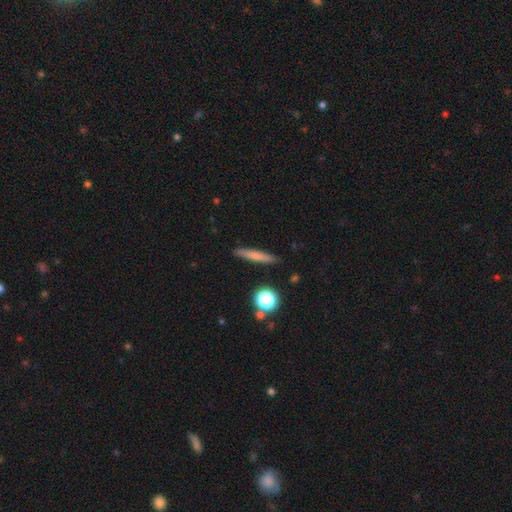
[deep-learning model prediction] This is likely a smooth galaxy (70%). How rounded: clearly cigar-shaped (91%). Merging: clearly none (89%).